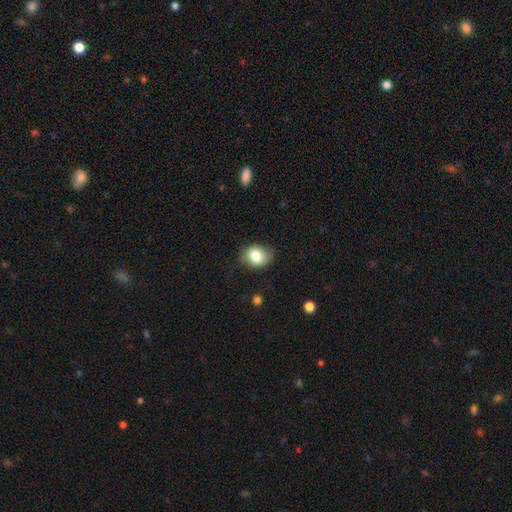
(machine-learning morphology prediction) smooth-or-featured: smooth: 81% | featured or disk: 11% | star or artifact: 8%
  how-rounded: in between: 55% | round: 44% | cigar-shaped: 1%
  merging: none: 71% | minor disturbance: 22% | major disturbance: 5% | merger: 1%